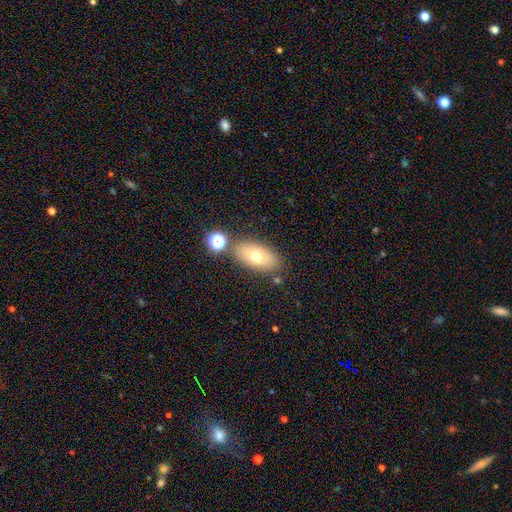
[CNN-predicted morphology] A smooth galaxy with no disk features (66%) that is in between round and cigar-shaped (87%). Merging: none (76%).